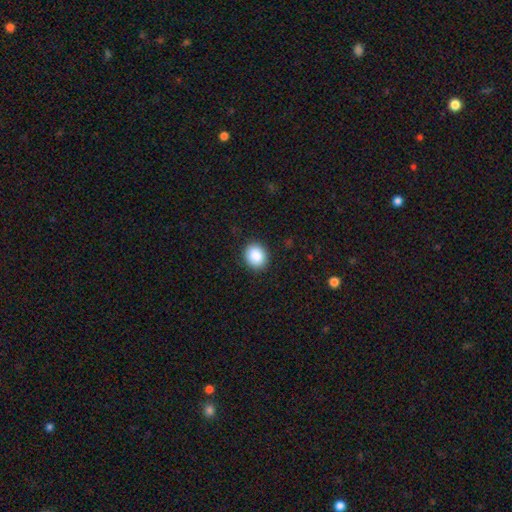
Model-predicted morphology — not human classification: Overall: smooth (89%). How rounded: round (69%; in between 30%). Merging: none (90%).